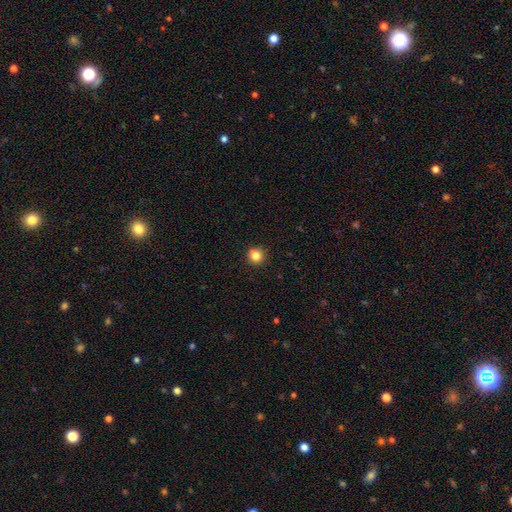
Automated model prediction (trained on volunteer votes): Overall: smooth (83%). How rounded: round (94%). Merging: none (88%).